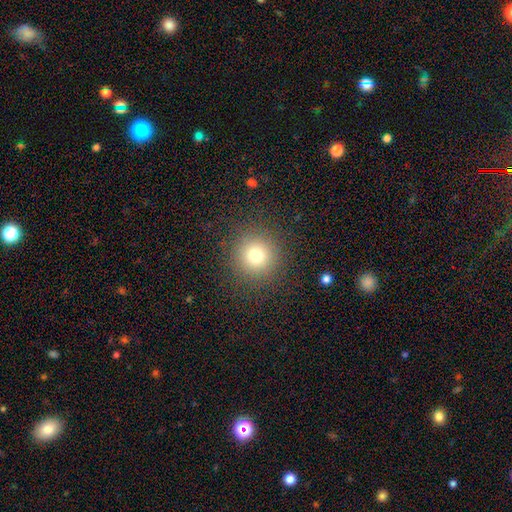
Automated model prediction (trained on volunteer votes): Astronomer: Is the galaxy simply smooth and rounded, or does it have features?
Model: smooth — 75%.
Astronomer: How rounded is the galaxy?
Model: round — 95%.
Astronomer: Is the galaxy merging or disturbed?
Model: none — 89%.